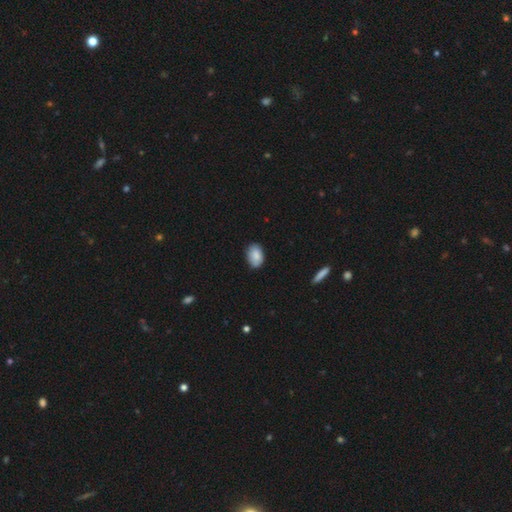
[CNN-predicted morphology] A smooth galaxy with no disk features (86%) that is in between round and cigar-shaped (87%).

Vote fractions:
- Smooth or featured? smooth: 86% / featured or disk: 8% / star or artifact: 7%
- How rounded? in between: 87% / round: 12% / cigar-shaped: 1%
- Merging? none: 80% / minor disturbance: 17% / major disturbance: 2% / merger: 1%